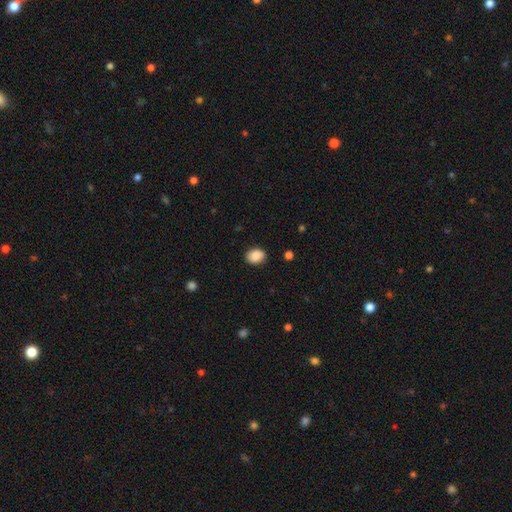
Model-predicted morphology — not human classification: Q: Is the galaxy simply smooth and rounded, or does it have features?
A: smooth — 88%.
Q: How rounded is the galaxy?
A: in between — 57%.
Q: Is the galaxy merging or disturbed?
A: none — 86%.